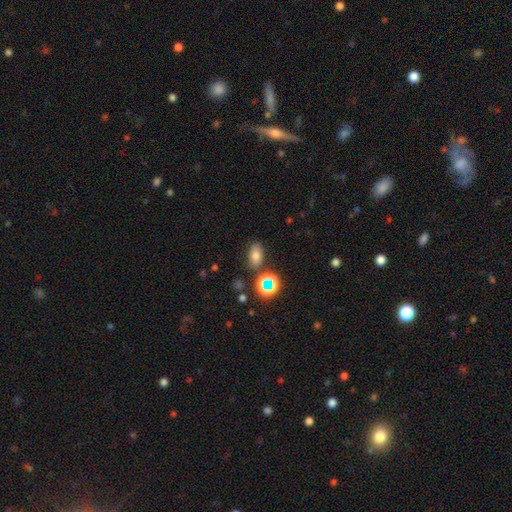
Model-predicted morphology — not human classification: Smooth or featured? smooth (69%)
How rounded? in between (84%)
Merging? none (79%)